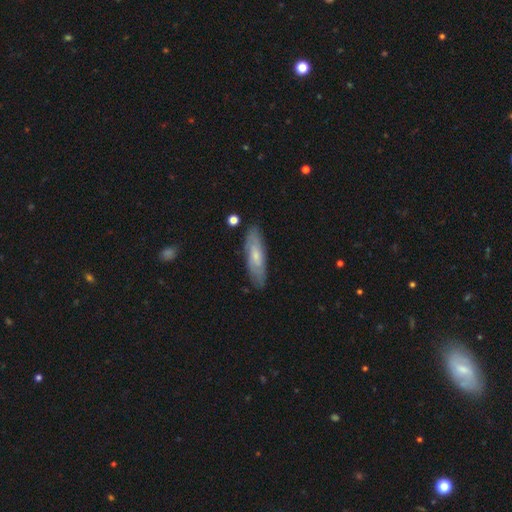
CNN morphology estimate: This is possibly a smooth galaxy (52%). How rounded: possibly cigar-shaped (57%). Merging: clearly none (82%).